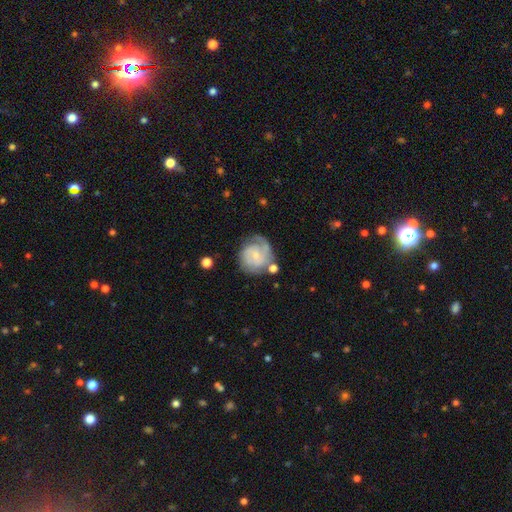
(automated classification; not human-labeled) Smooth or featured?
  - featured or disk: 73% *
  - smooth: 21%
  - star or artifact: 6%
Edge-on disk?
  - no: 98% *
  - yes: 2%
Bar?
  - no: 66% *
  - weak: 30%
  - strong: 5%
Spiral arms?
  - yes: 90% *
  - no: 10%
Spiral winding?
  - tight: 52% *
  - medium: 35%
  - loose: 13%
Spiral arm count?
  - 2: 41% *
  - can't tell: 22%
  - 1: 21%
  - 3: 10%
  - 4: 3%
  - more than 4: 3%
Bulge size?
  - small: 70% *
  - moderate: 23%
  - none: 4%
  - large: 2%
  - dominant: 1%
Merging?
  - none: 59% *
  - minor disturbance: 21%
  - major disturbance: 12%
  - merger: 7%